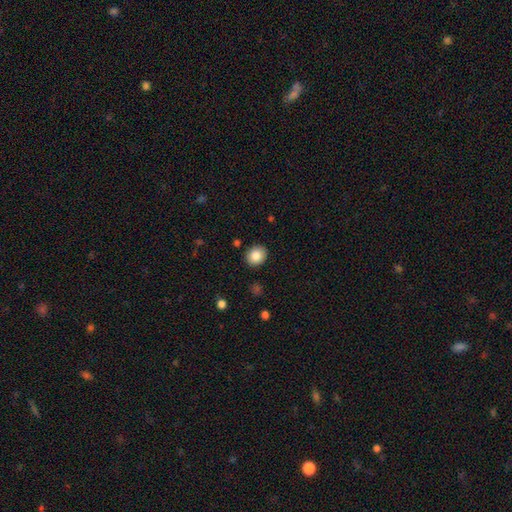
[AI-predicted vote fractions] smooth 85%, star or artifact 9%, featured or disk 6%. Down the decision tree: how rounded — round (69%); merging — none (88%).